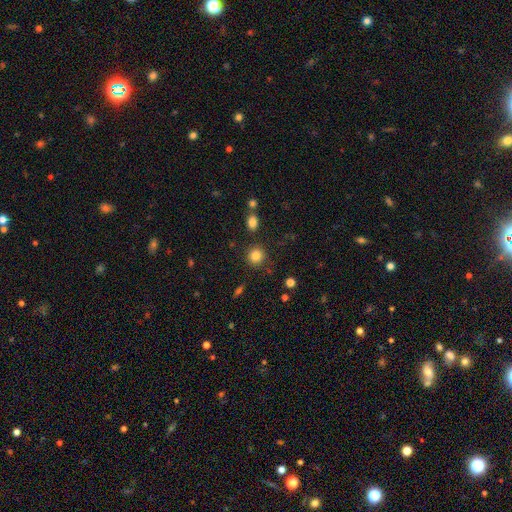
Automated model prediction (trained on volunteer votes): Smooth or featured: smooth — 84% (star or artifact — 11%)
How rounded: round — 90% (in between — 9%)
Merging: none — 87% (minor disturbance — 7%)